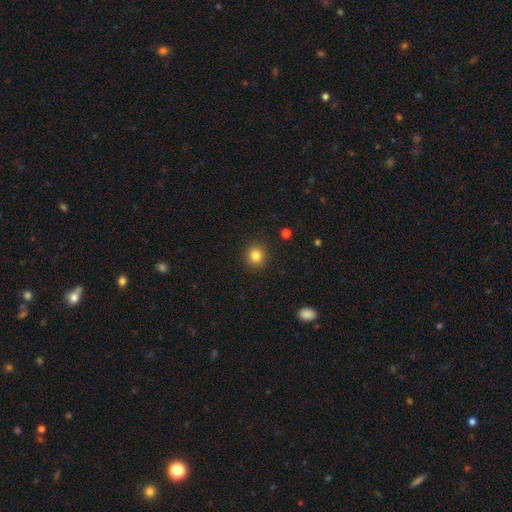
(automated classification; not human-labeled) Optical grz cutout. It shows a smooth galaxy with no disk features (83%) that is round (92%). Merging: none (91%).